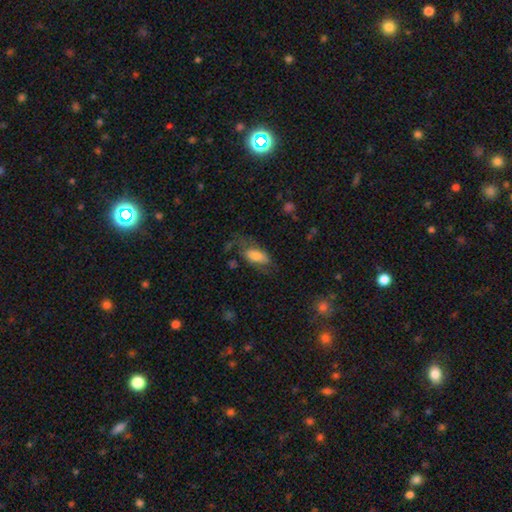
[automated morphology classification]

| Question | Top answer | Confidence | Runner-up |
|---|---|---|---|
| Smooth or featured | smooth | 62% | featured or disk (30%) |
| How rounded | in between | 89% | cigar-shaped (7%) |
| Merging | none | 47% | major disturbance (26%) |